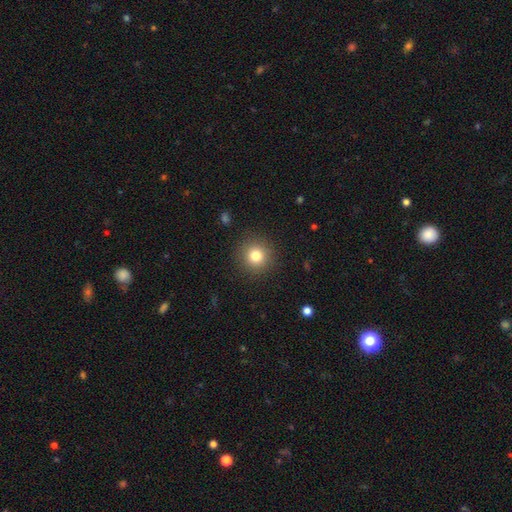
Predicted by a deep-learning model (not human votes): This is clearly a smooth galaxy (80%). How rounded: clearly round (95%). Merging: clearly none (91%).